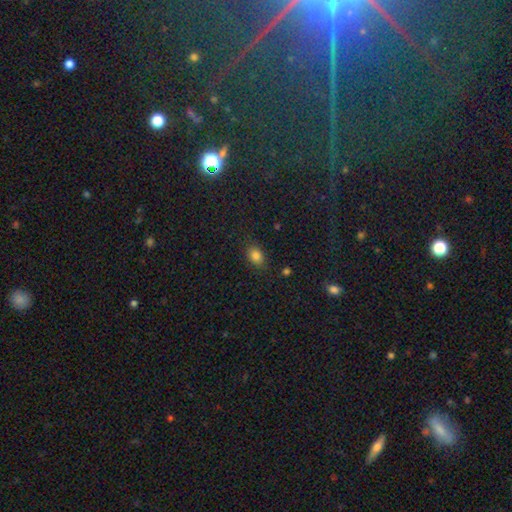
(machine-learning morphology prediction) Smooth or featured? Predicted: smooth (p=0.82). How rounded? Predicted: in between (p=0.73). Merging? Predicted: none (p=0.84).